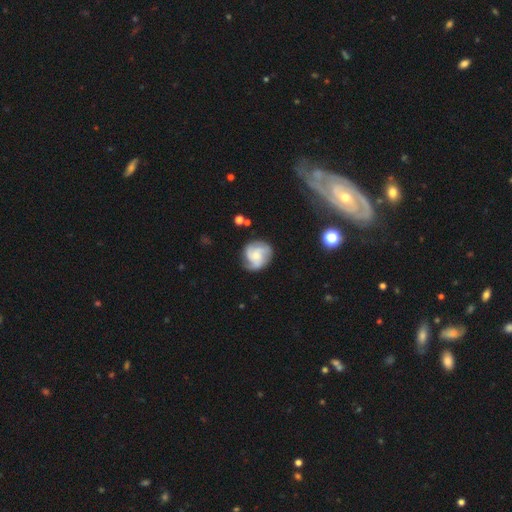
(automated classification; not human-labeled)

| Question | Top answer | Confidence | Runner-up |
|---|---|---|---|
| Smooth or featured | featured or disk | 76% | smooth (18%) |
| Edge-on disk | no | 98% | yes (2%) |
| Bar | no | 71% | weak (25%) |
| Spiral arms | yes | 95% | no (5%) |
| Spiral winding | medium | 45% | tight (40%) |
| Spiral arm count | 3 | 60% | 4 (12%) |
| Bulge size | small | 57% | moderate (37%) |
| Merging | none | 73% | minor disturbance (19%) |